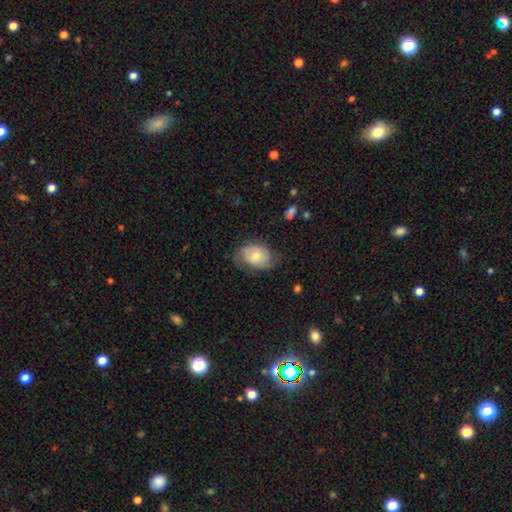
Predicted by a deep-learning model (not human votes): Overall: smooth (54%; featured or disk 39%). How rounded: in between (78%). Merging: none (58%; minor disturbance 29%).